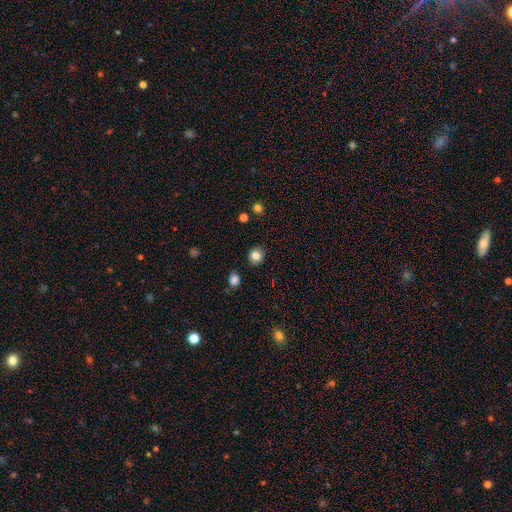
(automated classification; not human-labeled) Smooth or featured? Predicted: smooth (p=0.81). How rounded? Predicted: round (p=0.78). Merging? Predicted: none (p=0.88).